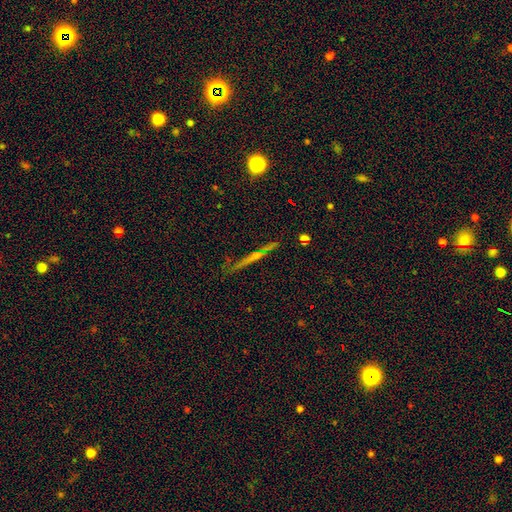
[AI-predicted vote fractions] This appears to be a featured or disk galaxy (48%). Merging: none (84%).